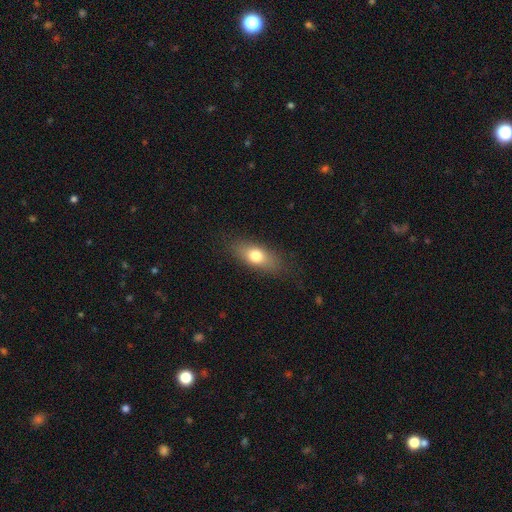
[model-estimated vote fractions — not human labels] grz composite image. It shows a smooth galaxy with no disk features (73%) that is in between round and cigar-shaped (73%). Merging: none (82%).